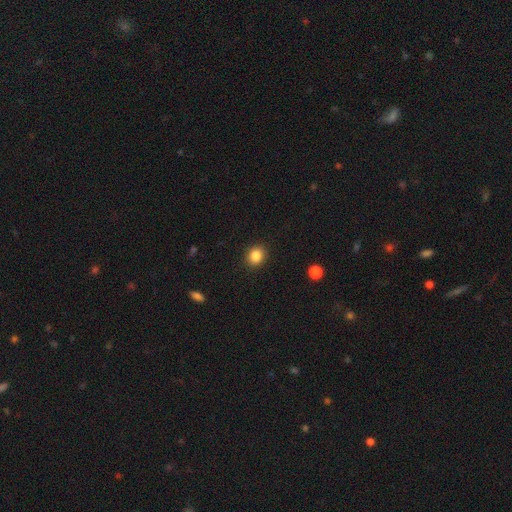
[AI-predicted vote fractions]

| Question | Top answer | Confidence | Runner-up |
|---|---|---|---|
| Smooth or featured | smooth | 85% | star or artifact (10%) |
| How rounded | round | 71% | in between (29%) |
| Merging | none | 90% | minor disturbance (7%) |